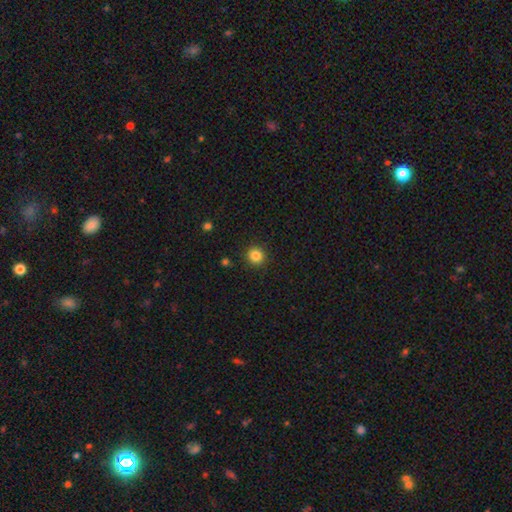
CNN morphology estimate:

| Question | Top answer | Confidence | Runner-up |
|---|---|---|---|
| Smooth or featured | smooth | 84% | star or artifact (12%) |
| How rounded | round | 94% | in between (5%) |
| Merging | none | 92% | minor disturbance (5%) |